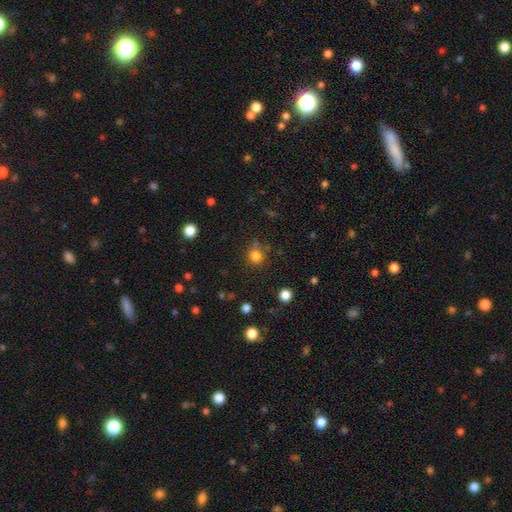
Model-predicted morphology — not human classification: smooth 79%, star or artifact 15%, featured or disk 6%. Down the decision tree: how rounded — round (91%); merging — none (76%).